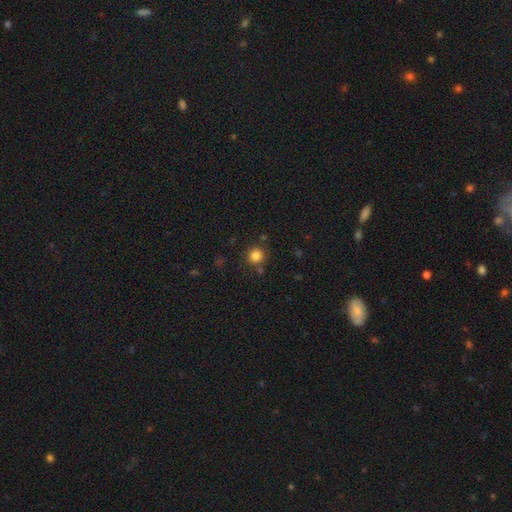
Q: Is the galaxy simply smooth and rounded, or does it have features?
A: smooth — 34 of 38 (89%).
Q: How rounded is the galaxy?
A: round — 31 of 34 (91%).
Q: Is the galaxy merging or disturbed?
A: none — 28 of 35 (80%).